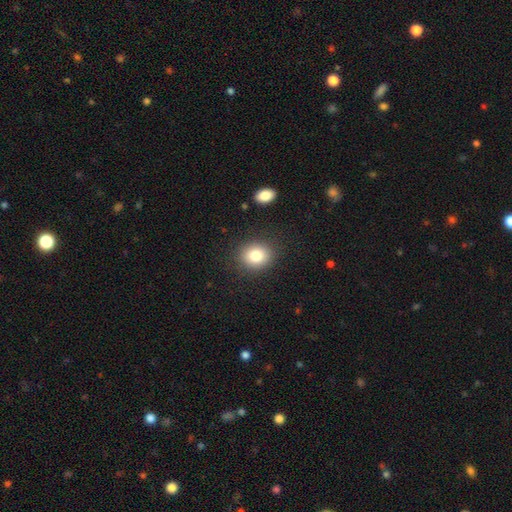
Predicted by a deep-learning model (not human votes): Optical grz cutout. It shows a smooth galaxy with no disk features (81%) that is round (64%). Merging: none (87%).